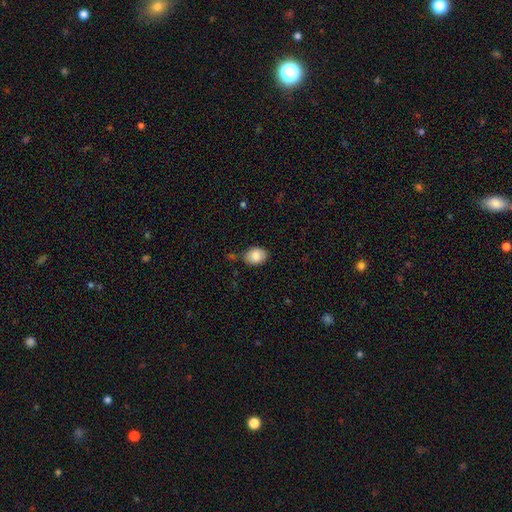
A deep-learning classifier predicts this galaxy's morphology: This appears to be a smooth galaxy with no disk features (85%) that is in between round and cigar-shaped (67%). Merging: none (76%).